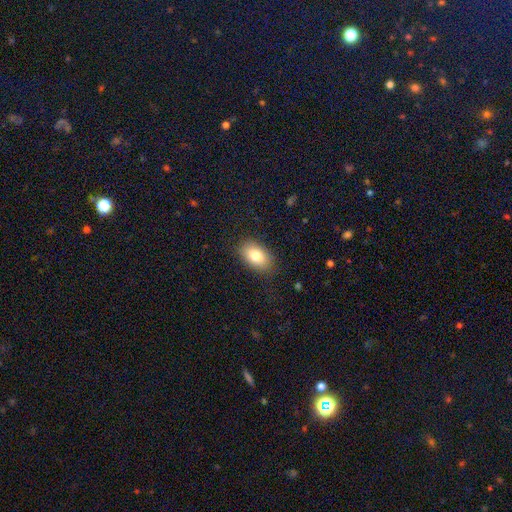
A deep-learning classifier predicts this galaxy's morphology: smooth 81%, featured or disk 11%, star or artifact 8%. Down the decision tree: how rounded — in between (91%); merging — none (85%).